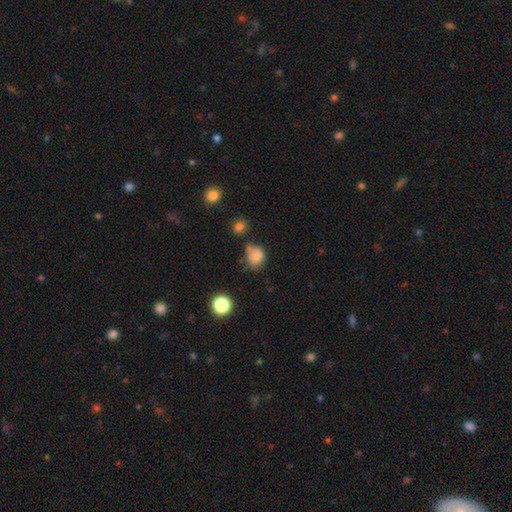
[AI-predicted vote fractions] Q: Smooth or featured?
A: smooth (78%); runner-up: star or artifact (13%)
Q: How rounded?
A: in between (50%); runner-up: round (49%)
Q: Merging?
A: none (38%); runner-up: minor disturbance (35%)